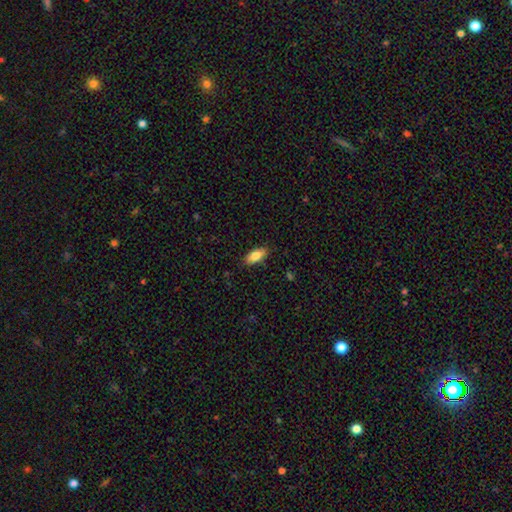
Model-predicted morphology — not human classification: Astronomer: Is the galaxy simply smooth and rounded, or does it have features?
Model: smooth — 83%.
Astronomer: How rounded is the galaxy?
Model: in between — 86%.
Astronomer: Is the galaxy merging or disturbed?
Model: none — 85%.